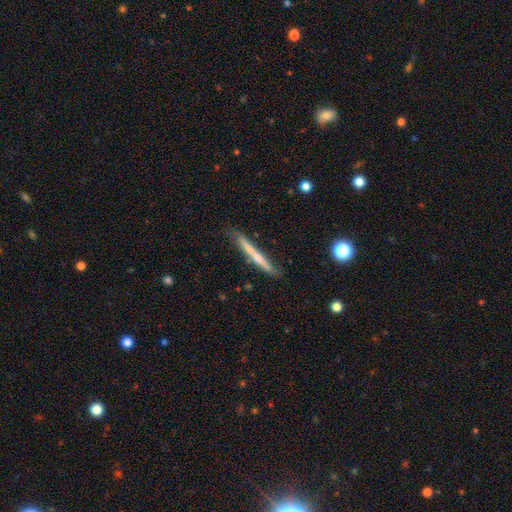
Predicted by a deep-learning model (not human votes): Smooth or featured?
  - featured or disk: 56% *
  - smooth: 38%
  - star or artifact: 6%
Edge-on disk?
  - yes: 95% *
  - no: 5%
Edge-on bulge?
  - rounded: 57% *
  - none: 39%
  - boxy: 5%
Merging?
  - none: 77% *
  - minor disturbance: 16%
  - merger: 3%
  - major disturbance: 3%